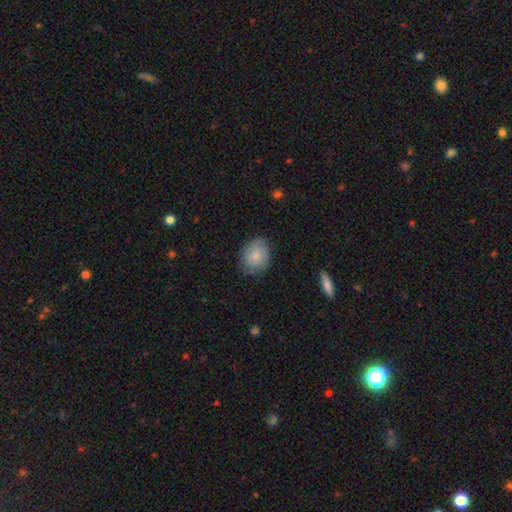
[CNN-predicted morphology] smooth-or-featured: smooth: 74% | featured or disk: 19% | star or artifact: 7%
  how-rounded: in between: 50% | round: 49% | cigar-shaped: 1%
  merging: none: 71% | minor disturbance: 23% | major disturbance: 5% | merger: 1%